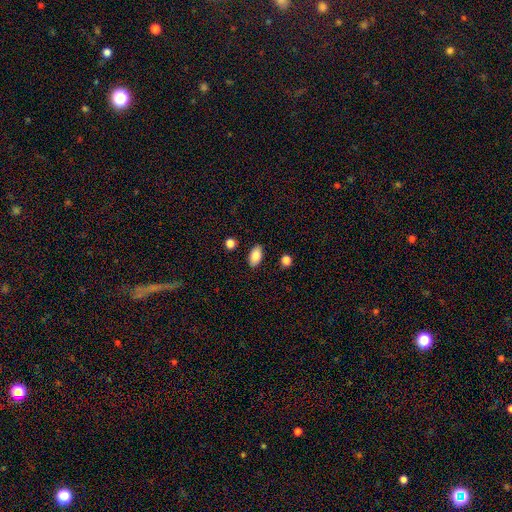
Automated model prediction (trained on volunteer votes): This appears to be a smooth galaxy with no disk features (86%) that is in between round and cigar-shaped (93%). Merging: none (87%).